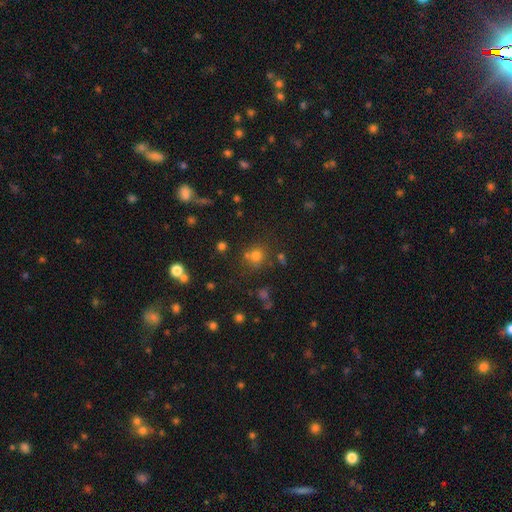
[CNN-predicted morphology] smooth-or-featured: smooth: 63% | star or artifact: 28% | featured or disk: 9%
  how-rounded: round: 86% | in between: 13% | cigar-shaped: 1%
  merging: none: 69% | merger: 16% | minor disturbance: 10% | major disturbance: 4%